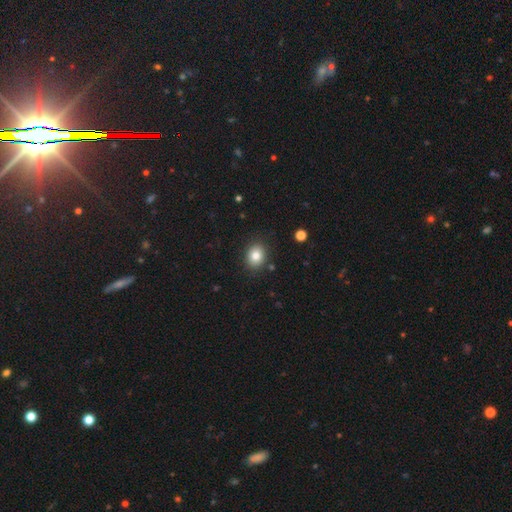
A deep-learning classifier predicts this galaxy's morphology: Smooth or featured?
  - smooth: 82% *
  - star or artifact: 10%
  - featured or disk: 8%
How rounded?
  - round: 53% *
  - in between: 46%
  - cigar-shaped: 1%
Merging?
  - none: 86% *
  - minor disturbance: 9%
  - major disturbance: 3%
  - merger: 2%